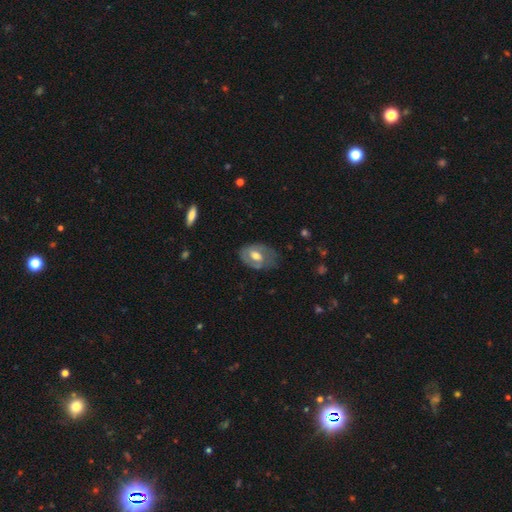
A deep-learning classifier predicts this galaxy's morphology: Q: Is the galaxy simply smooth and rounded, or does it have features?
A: featured or disk — 53%.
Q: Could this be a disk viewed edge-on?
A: no — 93%.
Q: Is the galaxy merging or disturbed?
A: none — 58%.